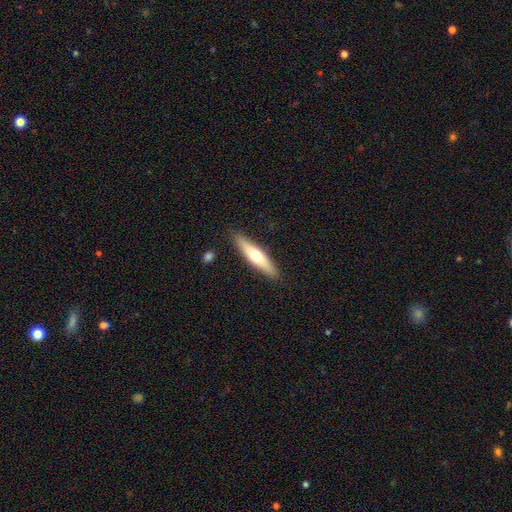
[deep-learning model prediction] Smooth or featured? Predicted: smooth (p=0.55). How rounded? Predicted: cigar-shaped (p=0.78). Merging? Predicted: none (p=0.88).